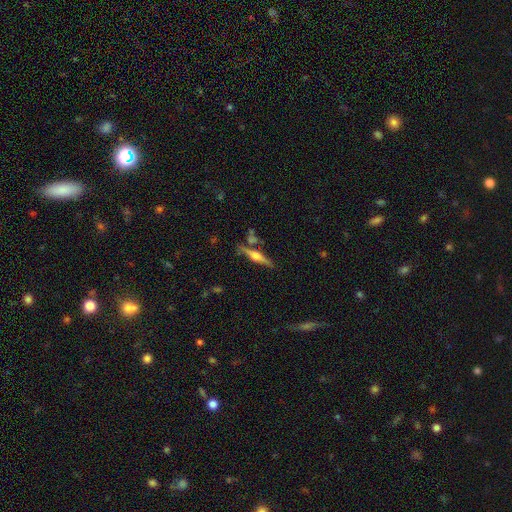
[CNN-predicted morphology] Smooth or featured? featured or disk (74%)
Edge-on disk? yes (97%)
Edge-on bulge? rounded (90%)
Merging? none (79%)